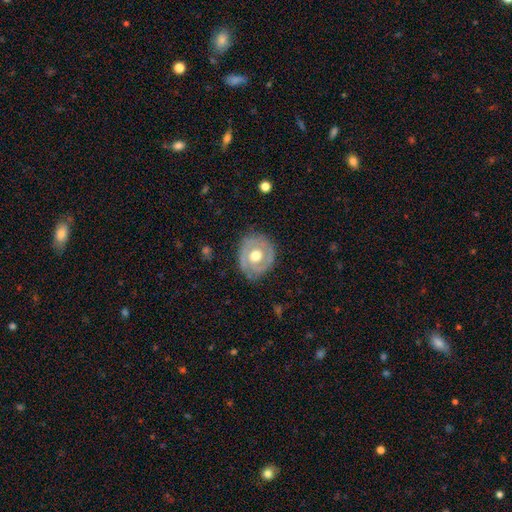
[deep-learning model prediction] smooth-or-featured: featured or disk: 63% | smooth: 32% | star or artifact: 5%
  disk-edge-on: no: 96% | yes: 4%
    bar: no: 81% | weak: 16% | strong: 4%
    has-spiral-arms: no: 56% | yes: 44%
    bulge-size: moderate: 63% | large: 30% | small: 4% | dominant: 2% | none: 1%
  merging: none: 75% | minor disturbance: 18% | major disturbance: 6% | merger: 1%